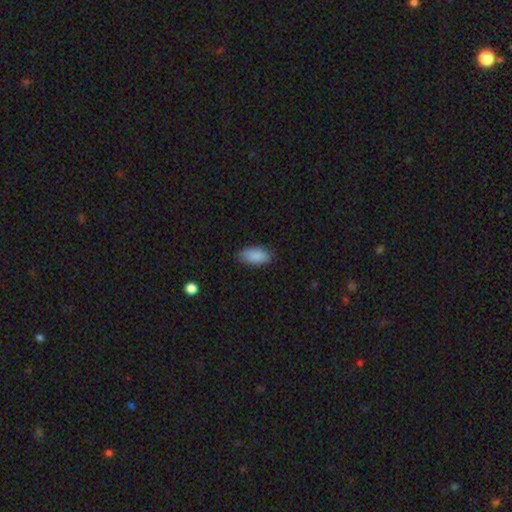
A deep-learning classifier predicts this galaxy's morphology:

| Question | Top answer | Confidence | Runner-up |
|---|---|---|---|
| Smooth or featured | smooth | 88% | star or artifact (7%) |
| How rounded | in between | 93% | cigar-shaped (5%) |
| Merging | none | 82% | minor disturbance (14%) |